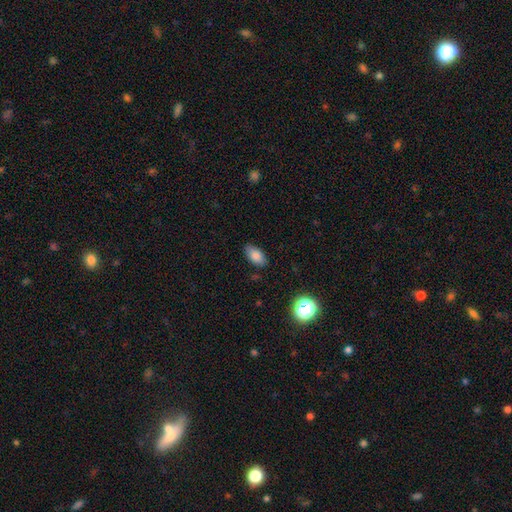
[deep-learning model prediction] Smooth or featured?
  - smooth: 81% *
  - featured or disk: 9%
  - star or artifact: 9%
How rounded?
  - in between: 92% *
  - round: 4%
  - cigar-shaped: 4%
Merging?
  - none: 85% *
  - minor disturbance: 11%
  - major disturbance: 2%
  - merger: 1%